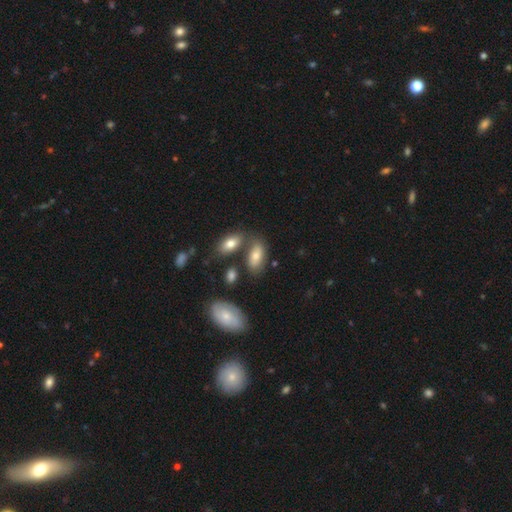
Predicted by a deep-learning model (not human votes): Smooth or featured: smooth — 70% (featured or disk — 21%)
How rounded: in between — 89% (cigar-shaped — 7%)
Merging: none — 58% (merger — 20%)